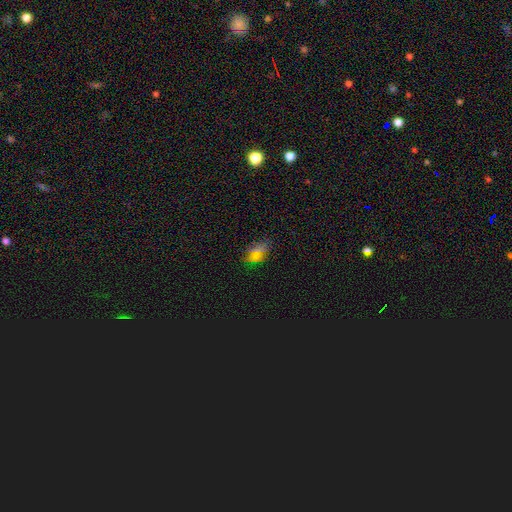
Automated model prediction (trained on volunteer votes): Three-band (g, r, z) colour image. It shows a smooth galaxy with no disk features (55%) that is in between round and cigar-shaped (82%). Merging: none (72%).